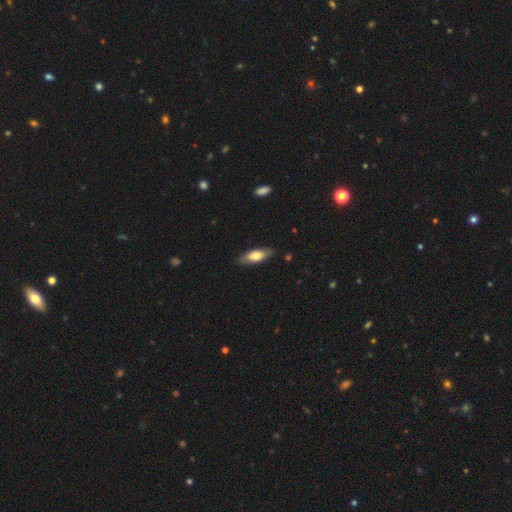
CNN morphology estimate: smooth 65%, featured or disk 29%, star or artifact 6%. Down the decision tree: how rounded — in between (58%); merging — none (84%).